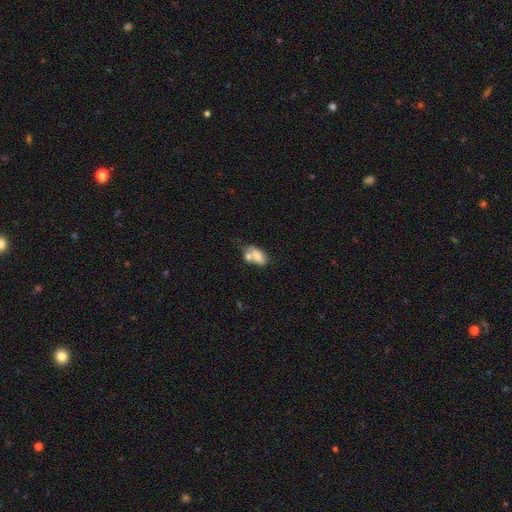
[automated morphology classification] Smooth or featured? Predicted: smooth (p=0.70). How rounded? Predicted: in between (p=0.87). Merging? Predicted: merger (p=0.49).